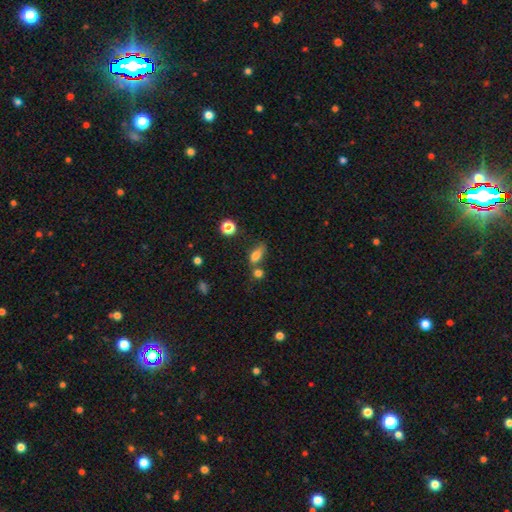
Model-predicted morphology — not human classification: A smooth galaxy with no disk features (76%) that is in between round and cigar-shaped (74%). Merging: none (43%).